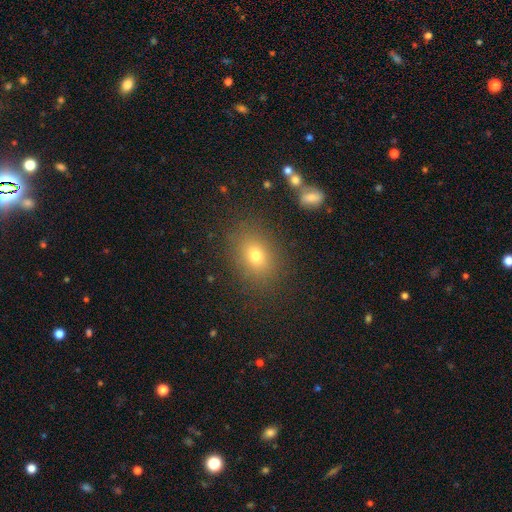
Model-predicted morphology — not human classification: Smooth or featured? smooth (74%)
How rounded? in between (60%)
Merging? none (84%)